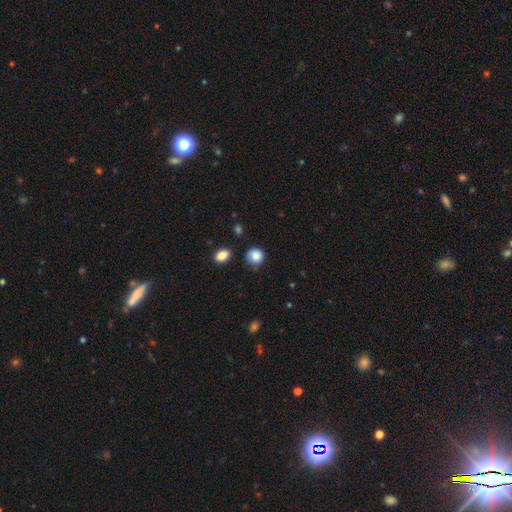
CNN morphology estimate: smooth 86%, star or artifact 9%, featured or disk 5%. Down the decision tree: how rounded — round (85%); merging — none (72%).